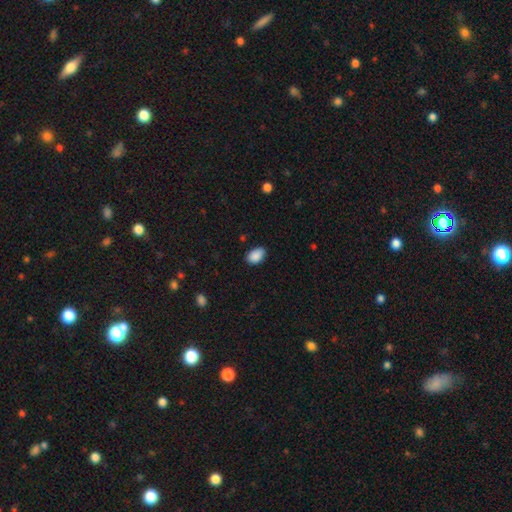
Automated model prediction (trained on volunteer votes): smooth-or-featured: smooth: 89% | star or artifact: 8% | featured or disk: 3%
  how-rounded: in between: 88% | round: 11% | cigar-shaped: 1%
  merging: none: 81% | minor disturbance: 15% | major disturbance: 3% | merger: 1%